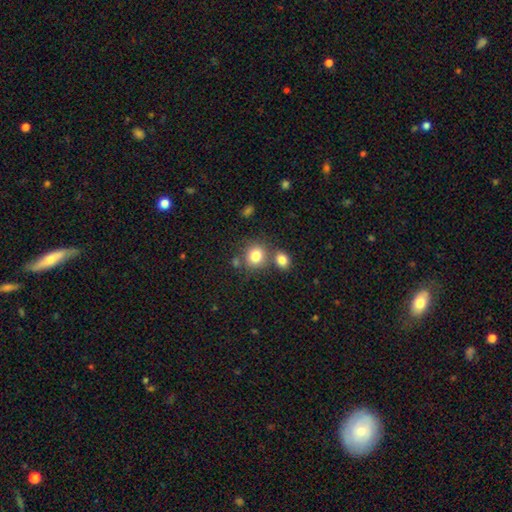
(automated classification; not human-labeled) Q: Smooth or featured?
A: smooth (81%); runner-up: star or artifact (10%)
Q: How rounded?
A: round (79%); runner-up: in between (20%)
Q: Merging?
A: none (62%); runner-up: merger (24%)